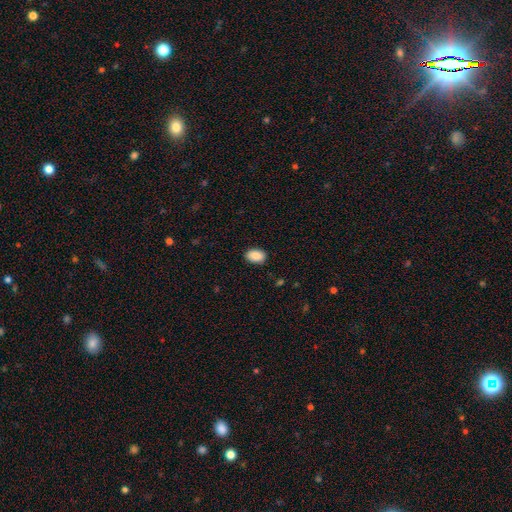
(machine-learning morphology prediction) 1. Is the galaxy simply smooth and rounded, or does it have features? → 89% smooth, 7% star or artifact, 4% featured or disk.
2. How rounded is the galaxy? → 87% in between, 11% round, 1% cigar-shaped.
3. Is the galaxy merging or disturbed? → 89% none, 8% minor disturbance, 2% major disturbance, 1% merger.